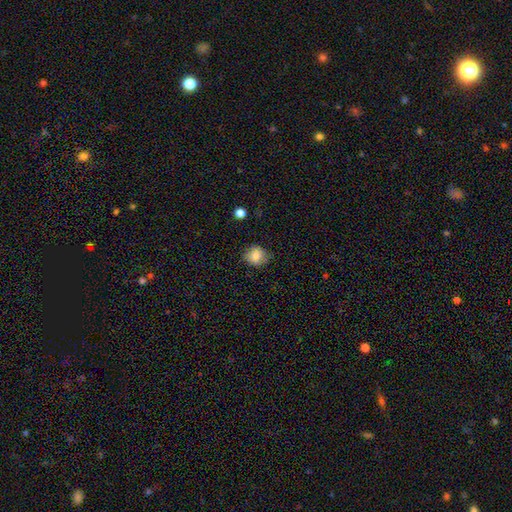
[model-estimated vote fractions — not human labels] Morphology: type=smooth (83%); roundness=round (71%); merging=none (77%).